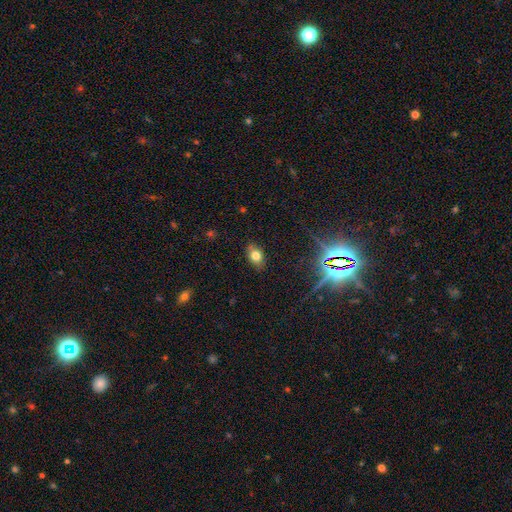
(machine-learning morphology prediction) The model was most divided on "how rounded": in between: 78%, round: 20%, cigar-shaped: 2%. More confident: merging — none (82%); smooth or featured — smooth (74%).